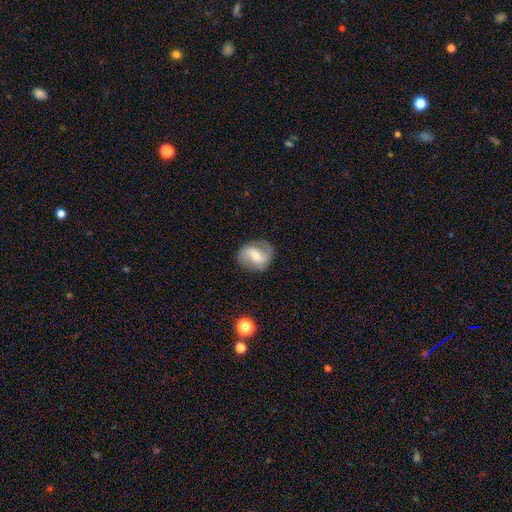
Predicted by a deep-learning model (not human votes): Overall: featured or disk (65%; smooth 27%). Edge-on disk: no (97%). Bar: weak (44%; no 31%). Spiral arms: yes (86%). Spiral arm count: 2 (81%). Spiral winding: medium (42%; loose 37%). Bulge size: moderate (51%; small 43%). Merging: none (73%).